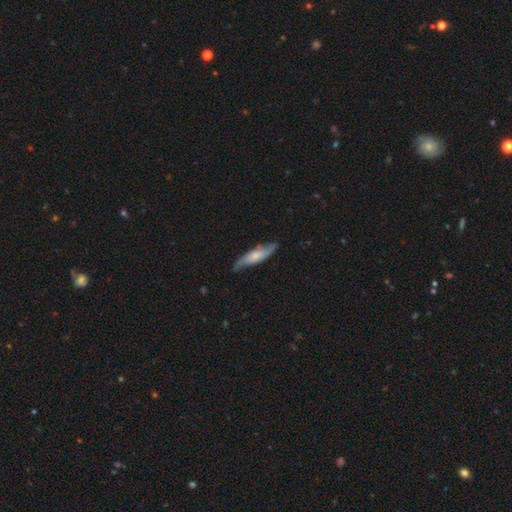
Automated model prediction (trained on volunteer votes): A featured or disk galaxy (51%). Merging: none (75%).